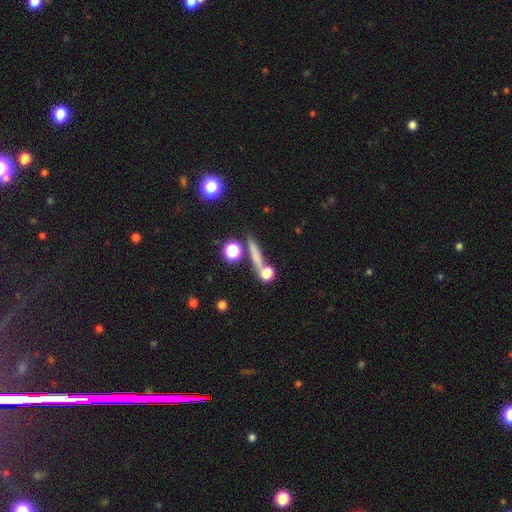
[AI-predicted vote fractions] The model was most divided on "smooth or featured": smooth: 63%, featured or disk: 21%, star or artifact: 16%. More confident: merging — none (68%); how rounded — cigar-shaped (68%).